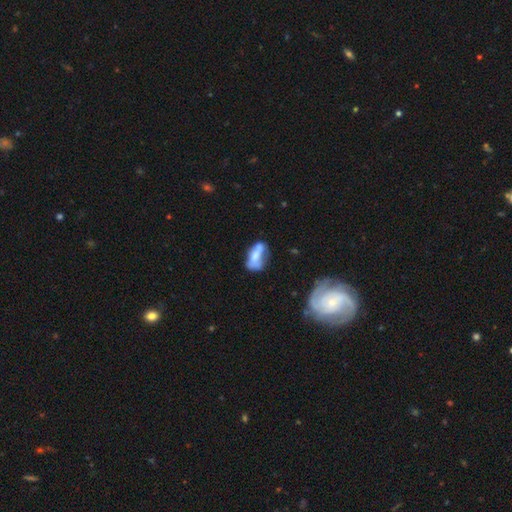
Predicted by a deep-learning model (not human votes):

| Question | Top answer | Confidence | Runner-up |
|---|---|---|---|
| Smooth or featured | smooth | 56% | featured or disk (35%) |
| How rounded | in between | 83% | cigar-shaped (12%) |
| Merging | none | 37% | minor disturbance (29%) |